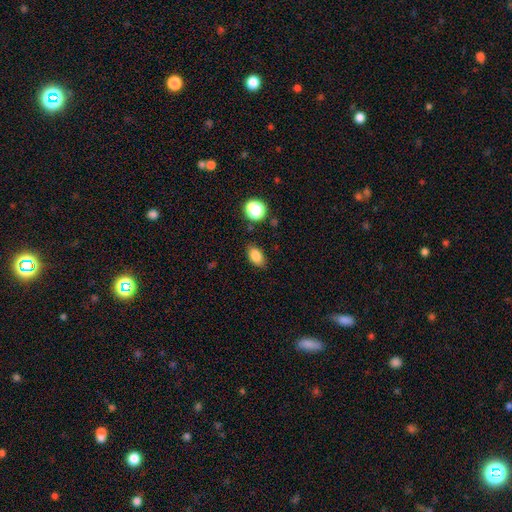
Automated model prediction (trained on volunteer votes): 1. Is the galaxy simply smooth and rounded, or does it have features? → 84% smooth, 10% star or artifact, 6% featured or disk.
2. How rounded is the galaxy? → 86% in between, 12% round, 2% cigar-shaped.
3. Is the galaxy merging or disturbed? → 83% none, 12% minor disturbance, 3% major disturbance, 3% merger.